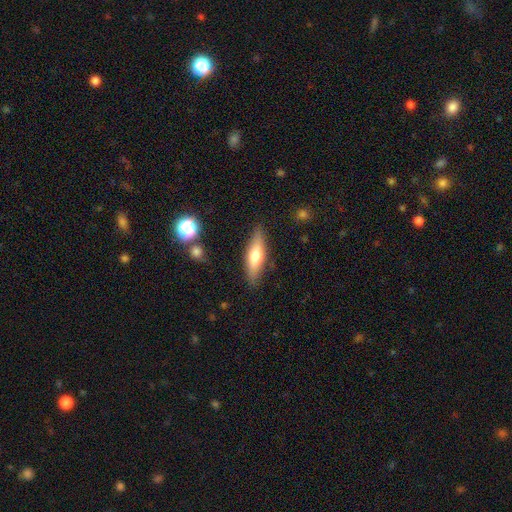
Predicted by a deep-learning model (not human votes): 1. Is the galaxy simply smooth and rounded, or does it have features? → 57% smooth, 37% featured or disk, 6% star or artifact.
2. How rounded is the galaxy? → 60% cigar-shaped, 38% in between, 2% round.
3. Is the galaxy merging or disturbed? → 85% none, 11% minor disturbance, 2% major disturbance, 2% merger.